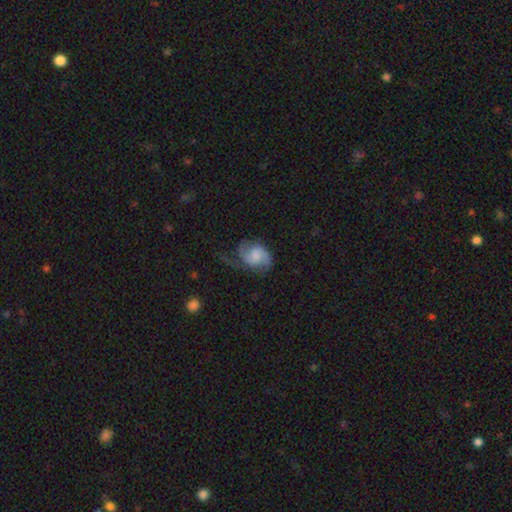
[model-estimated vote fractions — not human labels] This is likely a featured or disk galaxy (70%). It is clearly not viewed edge-on (98%). Bar: possibly no (56%). Spiral arm pattern: clearly yes (93%). Spiral arm count: clearly 2 (82%). Spiral winding: marginally medium (45%). Central bulge: marginally none (41%). Merging: possibly none (46%).